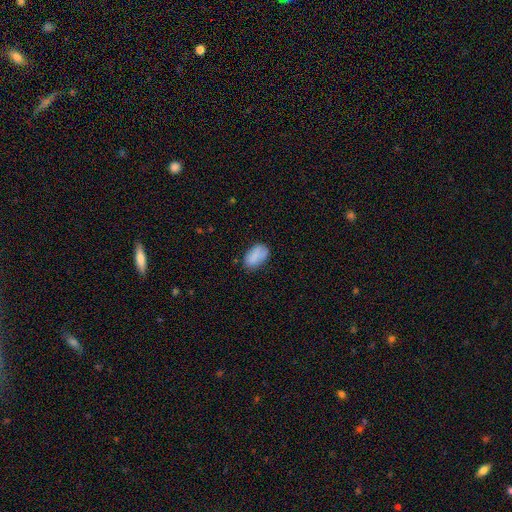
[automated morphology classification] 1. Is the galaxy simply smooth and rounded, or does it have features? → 82% smooth, 10% featured or disk, 8% star or artifact.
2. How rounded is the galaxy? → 92% in between, 6% round, 2% cigar-shaped.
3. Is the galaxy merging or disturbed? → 70% none, 22% minor disturbance, 6% major disturbance, 2% merger.